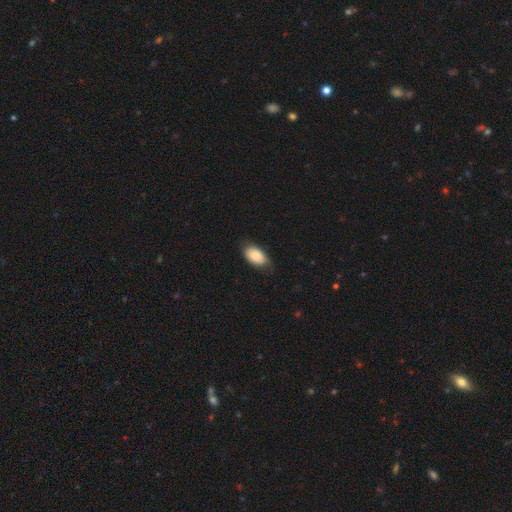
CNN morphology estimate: The model was most divided on "merging": none: 73%, minor disturbance: 22%, major disturbance: 4%, merger: 1%. More confident: how rounded — in between (94%); smooth or featured — smooth (83%).